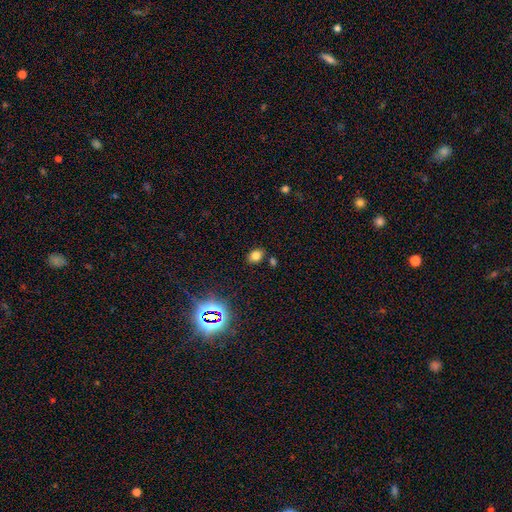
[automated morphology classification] Smooth or featured? smooth (75%)
How rounded? in between (64%)
Merging? none (81%)